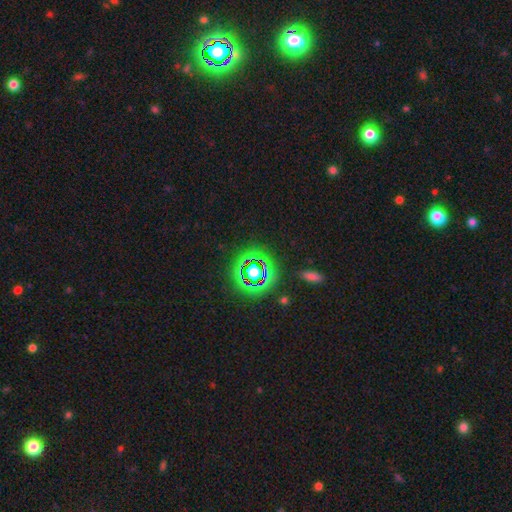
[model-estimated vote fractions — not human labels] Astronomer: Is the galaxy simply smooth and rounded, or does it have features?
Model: star or artifact — 76%.